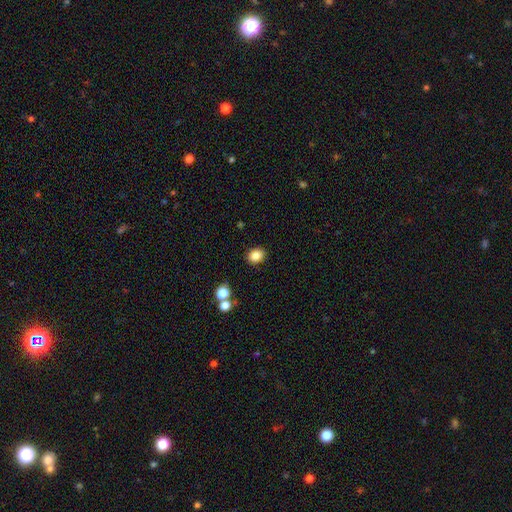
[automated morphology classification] Smooth or featured?
  - smooth: 86% *
  - star or artifact: 10%
  - featured or disk: 4%
How rounded?
  - in between: 51% *
  - round: 48%
  - cigar-shaped: 1%
Merging?
  - none: 87% *
  - minor disturbance: 8%
  - merger: 3%
  - major disturbance: 2%